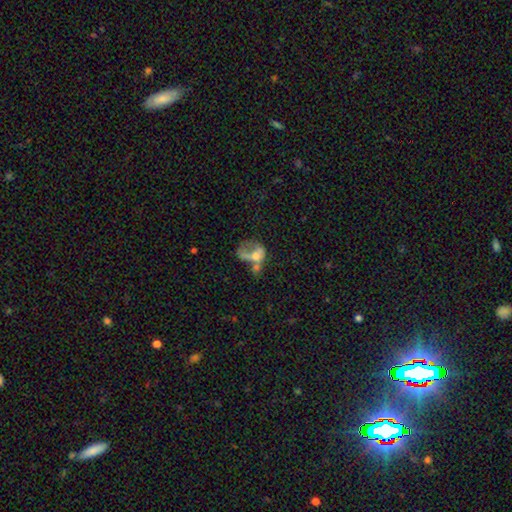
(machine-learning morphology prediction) A smooth galaxy with no disk features (49%). Merging: merger (43%).